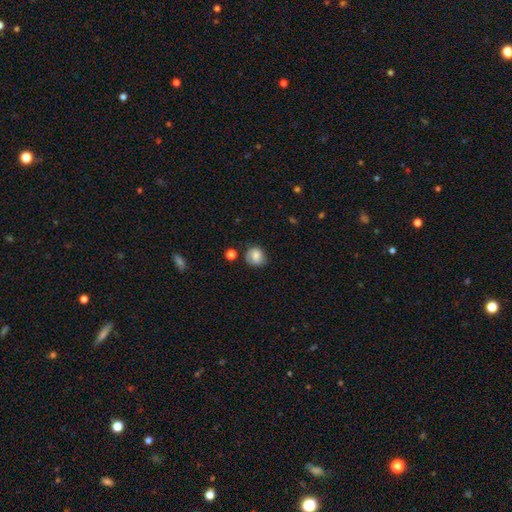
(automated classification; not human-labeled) Smooth or featured? smooth (65%)
How rounded? round (75%)
Merging? none (66%)